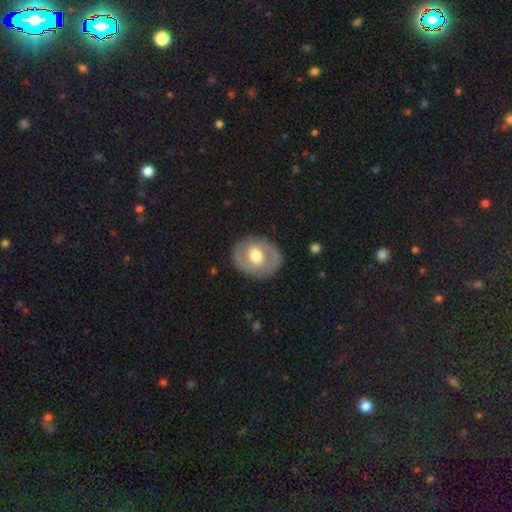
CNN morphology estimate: Smooth or featured: featured or disk — 71% (smooth — 24%)
Edge-on disk: no — 97% (yes — 3%)
Bar: no — 46% (weak — 39%)
Spiral arms: yes — 71% (no — 29%)
Bulge size: moderate — 59% (large — 30%)
Merging: none — 84% (minor disturbance — 11%)